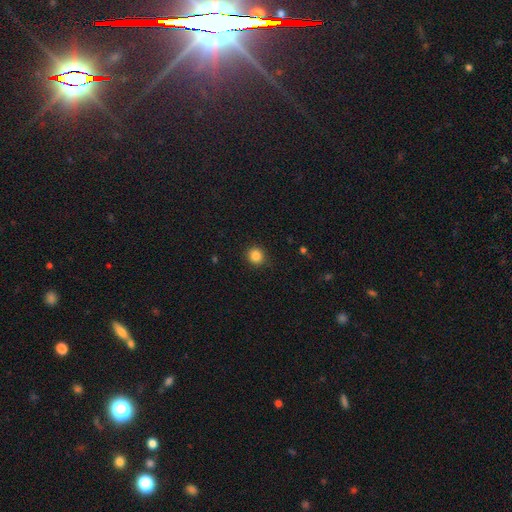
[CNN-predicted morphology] smooth_or_featured: smooth (p=0.85) [alt: star or artifact p=0.11]
how_rounded: round (p=0.90) [alt: in between p=0.09]
merging: none (p=0.90) [alt: minor disturbance p=0.07]